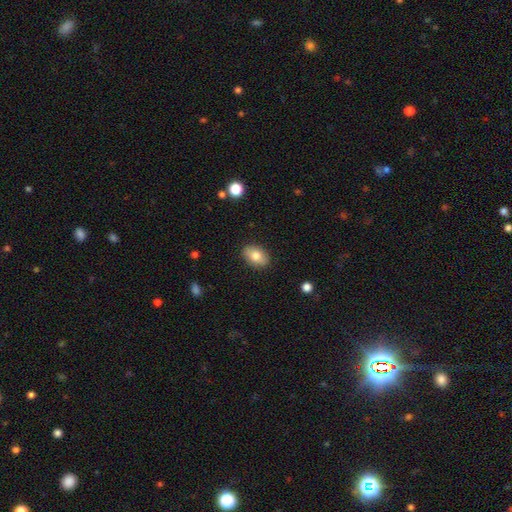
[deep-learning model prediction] smooth_or_featured: smooth (p=0.81) [alt: featured or disk p=0.12]
how_rounded: in between (p=0.86) [alt: round p=0.13]
merging: none (p=0.87) [alt: minor disturbance p=0.09]